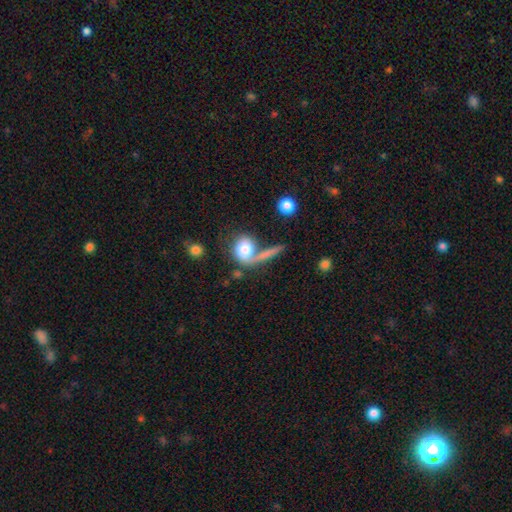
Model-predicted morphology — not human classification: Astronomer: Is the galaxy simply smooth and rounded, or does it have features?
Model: smooth — 62%.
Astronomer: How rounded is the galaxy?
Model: round — 64%.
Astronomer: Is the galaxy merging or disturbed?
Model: none — 47% (runner-up: merger, 24%).